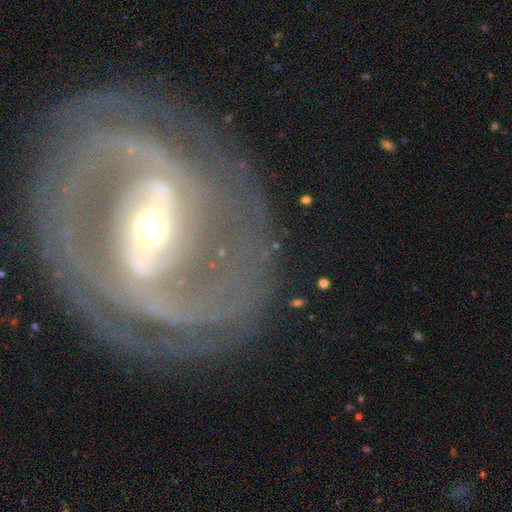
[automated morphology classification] smooth_or_featured: featured or disk (p=0.88) [alt: smooth p=0.06]
disk_edge_on: no (p=0.95) [alt: yes p=0.05]
bar: strong (p=0.64) [alt: weak p=0.25]
has_spiral_arms: yes (p=0.92) [alt: no p=0.08]
spiral_winding: tight (p=0.50) [alt: medium p=0.37]
spiral_arm_count: 2 (p=0.59) [alt: can't tell p=0.15]
bulge_size: moderate (p=0.54) [alt: small p=0.36]
merging: none (p=0.76) [alt: minor disturbance p=0.12]